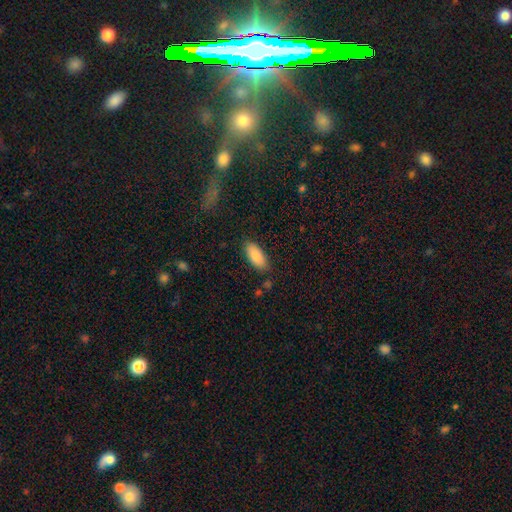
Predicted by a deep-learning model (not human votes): Smooth or featured?
  - smooth: 83% *
  - featured or disk: 11%
  - star or artifact: 7%
How rounded?
  - in between: 90% *
  - cigar-shaped: 8%
  - round: 2%
Merging?
  - none: 84% *
  - minor disturbance: 11%
  - major disturbance: 3%
  - merger: 2%